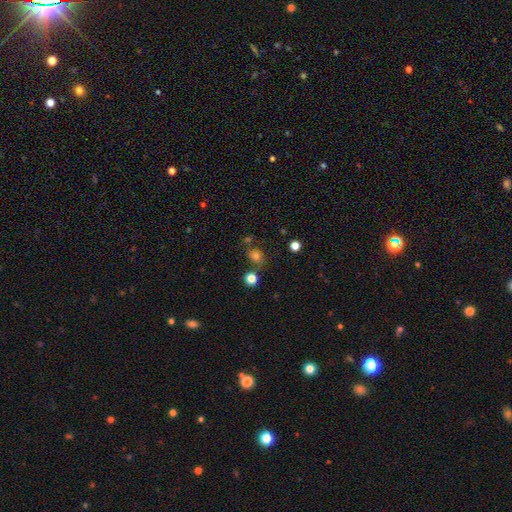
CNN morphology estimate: This is likely a smooth galaxy (69%). How rounded: likely round (72%). Merging: likely none (69%).